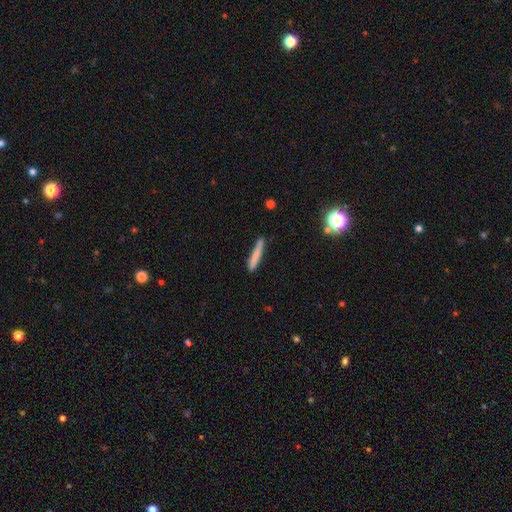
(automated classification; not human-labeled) A smooth galaxy with no disk features (77%) that is cigar-shaped (94%). Merging: none (84%).